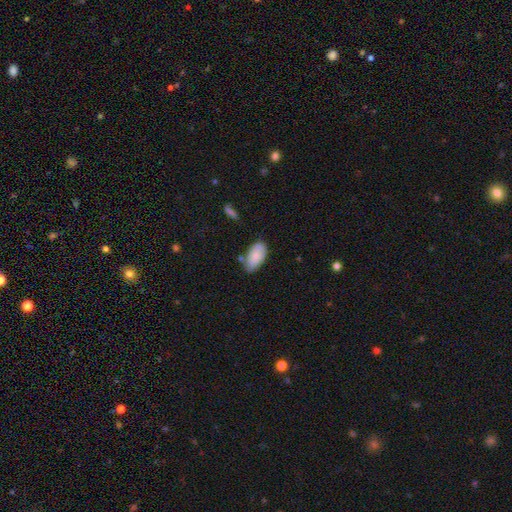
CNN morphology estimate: This appears to be a smooth galaxy with no disk features (84%) that is in between round and cigar-shaped (94%). Merging: none (63%).